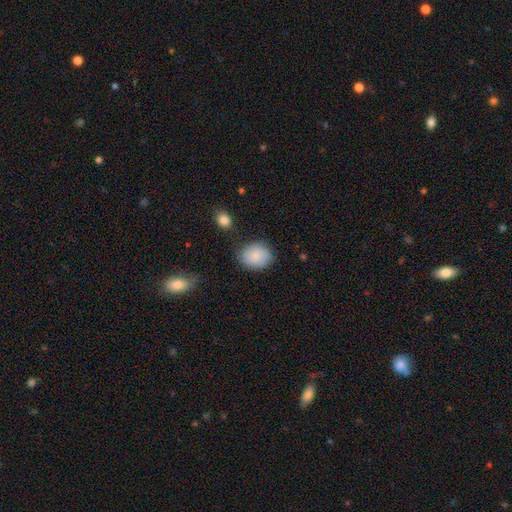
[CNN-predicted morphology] smooth_or_featured: smooth (p=0.78) [alt: featured or disk p=0.15]
how_rounded: round (p=0.52) [alt: in between p=0.47]
merging: none (p=0.76) [alt: minor disturbance p=0.17]